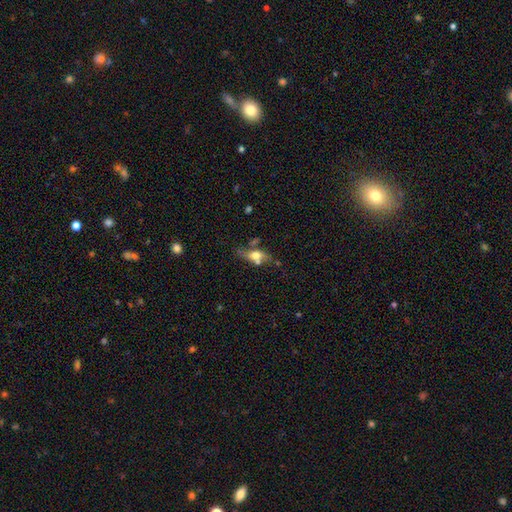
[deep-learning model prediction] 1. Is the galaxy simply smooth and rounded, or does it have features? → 49% smooth, 42% featured or disk, 9% star or artifact.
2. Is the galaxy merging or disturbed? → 51% none, 20% minor disturbance, 19% merger, 10% major disturbance.